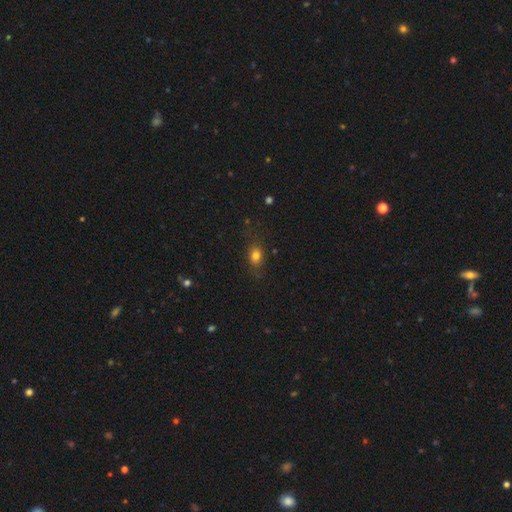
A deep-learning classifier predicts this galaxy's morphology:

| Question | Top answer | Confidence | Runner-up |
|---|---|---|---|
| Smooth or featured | smooth | 78% | star or artifact (12%) |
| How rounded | in between | 66% | round (31%) |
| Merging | none | 77% | minor disturbance (16%) |